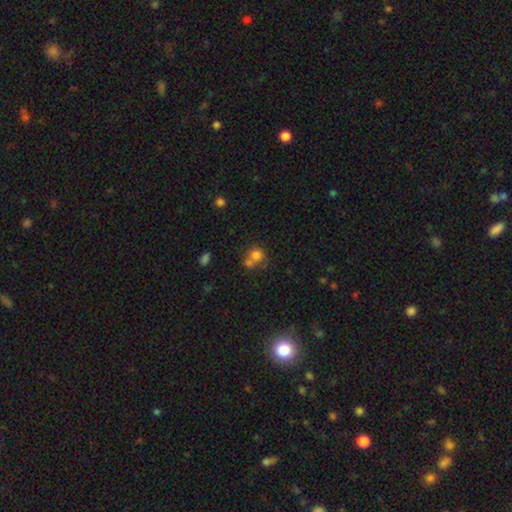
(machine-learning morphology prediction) Smooth or featured? smooth (75%)
How rounded? round (81%)
Merging? merger (45%)